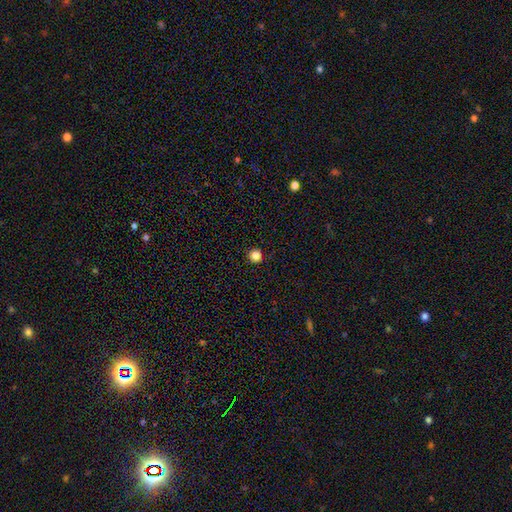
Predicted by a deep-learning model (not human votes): The model was most divided on "smooth or featured": smooth: 84%, star or artifact: 12%, featured or disk: 4%. More confident: how rounded — round (96%); merging — none (93%).